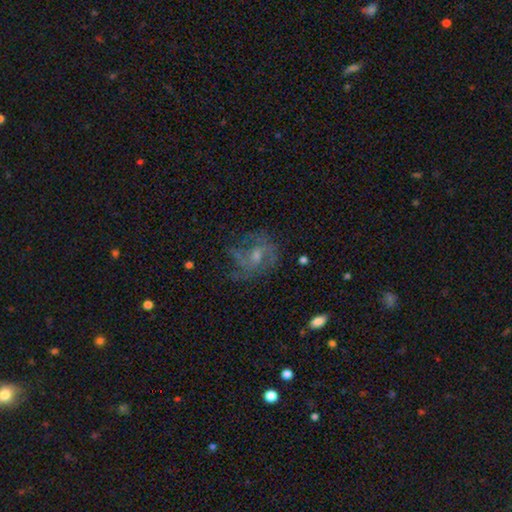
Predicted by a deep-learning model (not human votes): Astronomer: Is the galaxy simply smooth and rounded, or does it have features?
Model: featured or disk — 69%.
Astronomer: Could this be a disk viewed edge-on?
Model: no — 97%.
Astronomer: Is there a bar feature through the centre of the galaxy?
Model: no — 60% (runner-up: weak, 35%).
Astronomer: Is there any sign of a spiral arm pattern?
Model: yes — 79%.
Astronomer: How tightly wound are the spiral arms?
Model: medium — 46% (runner-up: loose, 28%).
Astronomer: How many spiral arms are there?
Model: can't tell — 35% (runner-up: 2, 27%).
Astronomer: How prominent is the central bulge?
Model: small — 47% (runner-up: moderate, 42%).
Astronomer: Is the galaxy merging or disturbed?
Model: none — 57%.